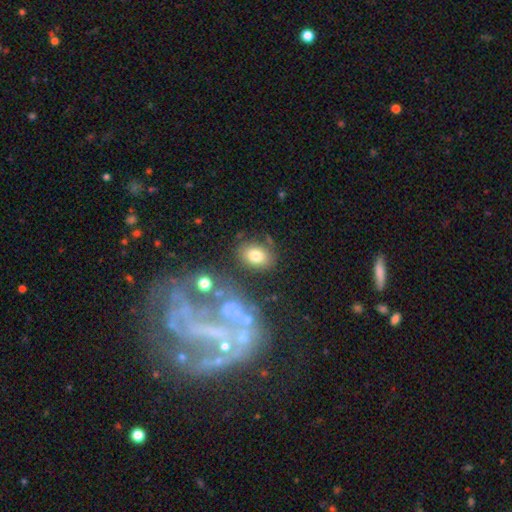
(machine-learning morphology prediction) The model was most divided on "how rounded": in between: 70%, round: 29%, cigar-shaped: 1%. More confident: smooth or featured — smooth (75%); merging — none (73%).